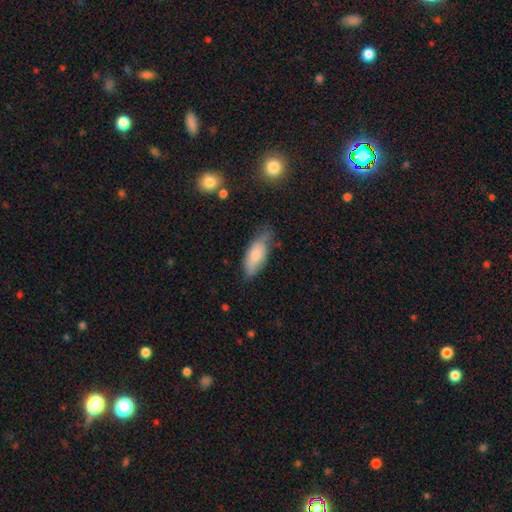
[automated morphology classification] This appears to be a smooth galaxy with no disk features (76%) that is in between round and cigar-shaped (78%). Merging: none (57%).